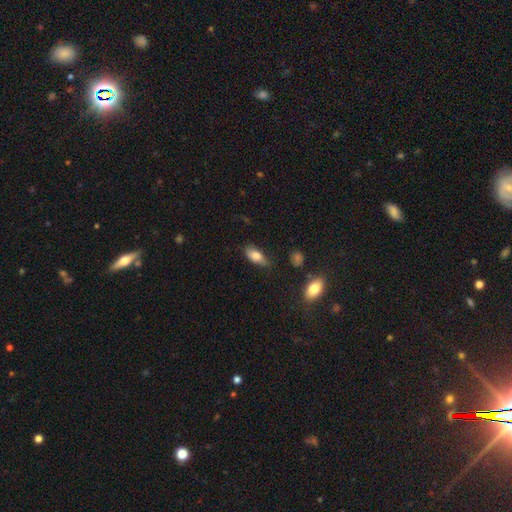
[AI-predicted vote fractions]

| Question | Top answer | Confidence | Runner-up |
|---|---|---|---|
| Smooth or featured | smooth | 80% | featured or disk (12%) |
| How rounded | in between | 86% | cigar-shaped (10%) |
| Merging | none | 64% | minor disturbance (27%) |